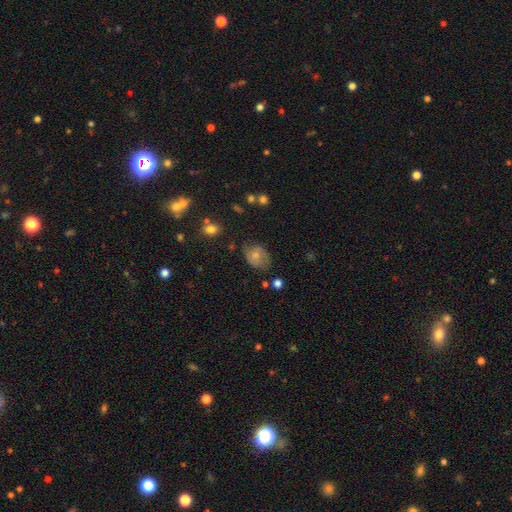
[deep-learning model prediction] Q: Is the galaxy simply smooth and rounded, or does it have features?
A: smooth — 50%.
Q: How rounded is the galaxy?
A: in between — 67%.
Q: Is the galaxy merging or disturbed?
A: none — 57%.